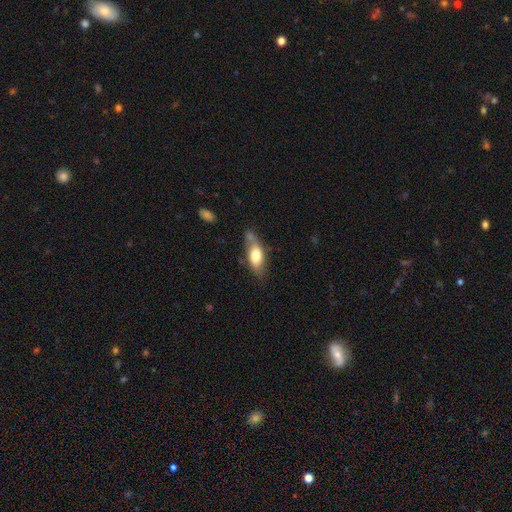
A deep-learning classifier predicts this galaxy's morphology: smooth_or_featured: smooth (p=0.68) [alt: featured or disk p=0.25]
how_rounded: in between (p=0.78) [alt: cigar-shaped p=0.18]
merging: none (p=0.56) [alt: minor disturbance p=0.26]